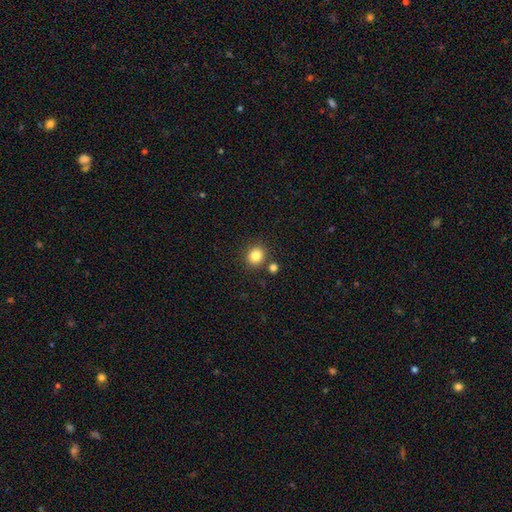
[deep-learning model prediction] smooth-or-featured: smooth: 84% | star or artifact: 11% | featured or disk: 5%
  how-rounded: round: 81% | in between: 18% | cigar-shaped: 1%
  merging: none: 82% | minor disturbance: 8% | merger: 8% | major disturbance: 3%